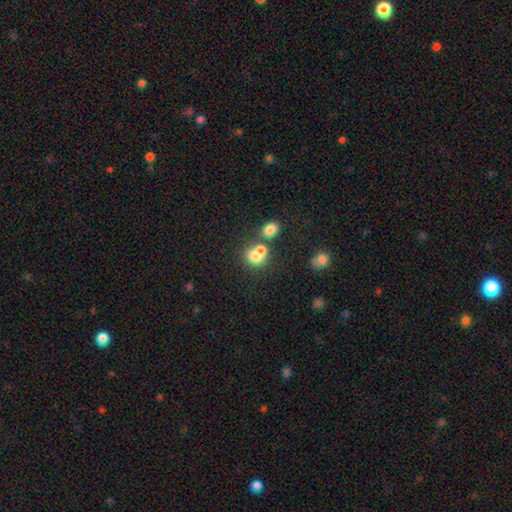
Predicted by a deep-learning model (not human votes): The model was most divided on "merging": merger: 54%, none: 34%, minor disturbance: 8%, major disturbance: 4%. More confident: smooth or featured — smooth (71%); how rounded — round (69%).